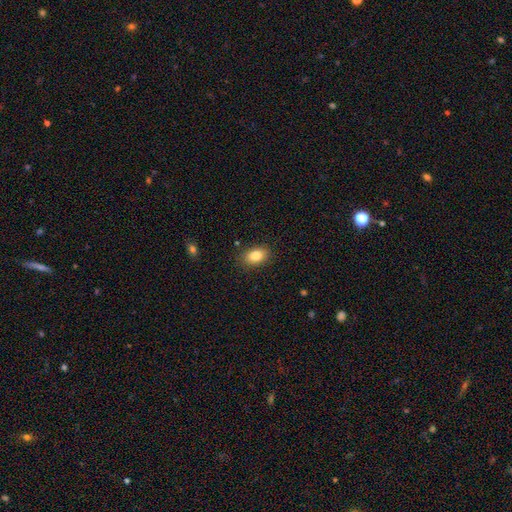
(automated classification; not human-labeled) smooth-or-featured: smooth: 83% | star or artifact: 8% | featured or disk: 8%
  how-rounded: in between: 84% | round: 14% | cigar-shaped: 1%
  merging: none: 86% | minor disturbance: 10% | major disturbance: 2% | merger: 1%